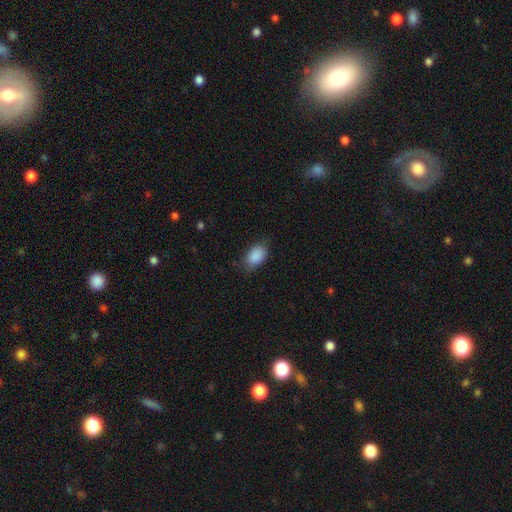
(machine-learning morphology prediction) Smooth or featured?
  - smooth: 89% *
  - star or artifact: 7%
  - featured or disk: 4%
How rounded?
  - in between: 90% *
  - round: 9%
  - cigar-shaped: 1%
Merging?
  - none: 79% *
  - minor disturbance: 16%
  - major disturbance: 4%
  - merger: 1%